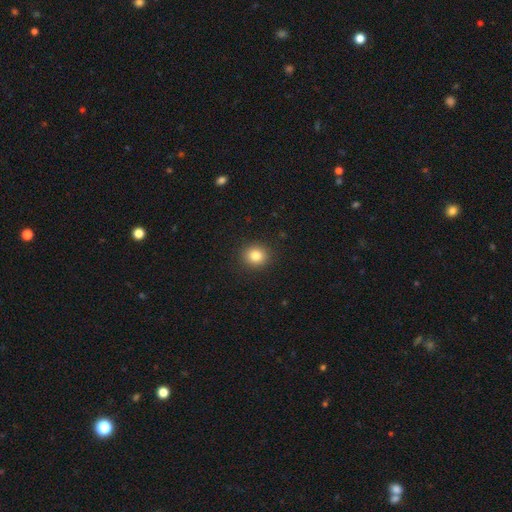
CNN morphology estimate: smooth_or_featured: smooth (p=0.83) [alt: star or artifact p=0.11]
how_rounded: round (p=0.86) [alt: in between p=0.13]
merging: none (p=0.91) [alt: minor disturbance p=0.06]